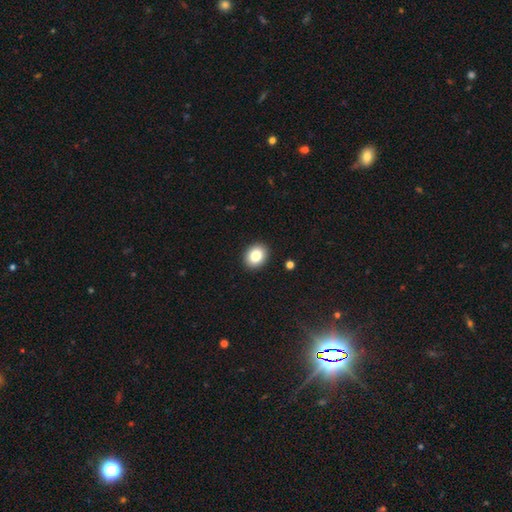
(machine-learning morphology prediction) A smooth galaxy with no disk features (84%) that is in between round and cigar-shaped (50%).

Vote fractions:
- Smooth or featured? smooth: 84% / star or artifact: 9% / featured or disk: 7%
- How rounded? in between: 50% / round: 49% / cigar-shaped: 1%
- Merging? none: 91% / minor disturbance: 6% / major disturbance: 2% / merger: 1%